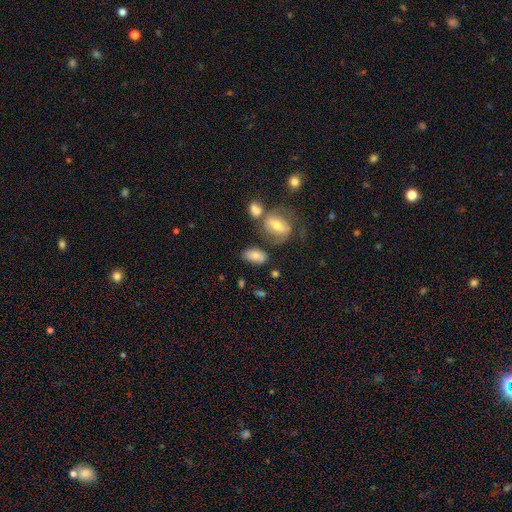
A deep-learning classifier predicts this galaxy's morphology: Smooth or featured?
  - smooth: 74% *
  - featured or disk: 17%
  - star or artifact: 9%
How rounded?
  - in between: 90% *
  - round: 6%
  - cigar-shaped: 4%
Merging?
  - none: 60% *
  - minor disturbance: 18%
  - merger: 13%
  - major disturbance: 8%